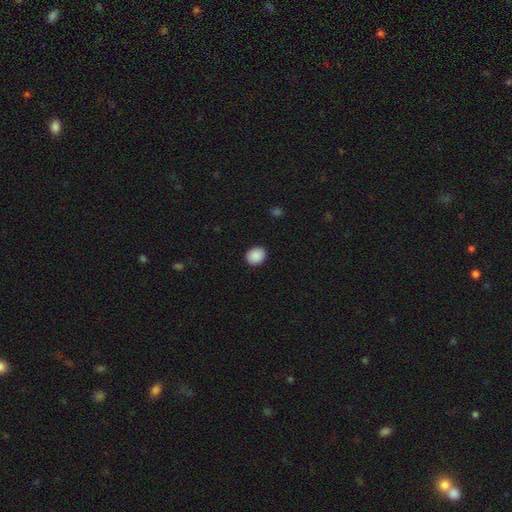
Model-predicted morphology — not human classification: Q: Smooth or featured?
A: smooth (89%); runner-up: star or artifact (8%)
Q: How rounded?
A: round (68%); runner-up: in between (31%)
Q: Merging?
A: none (89%); runner-up: minor disturbance (8%)